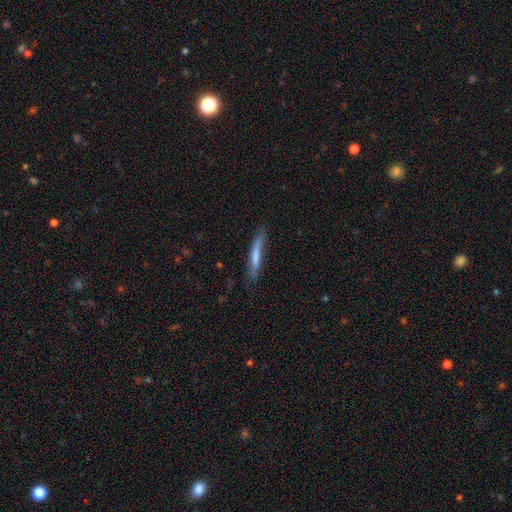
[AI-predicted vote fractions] A smooth galaxy with no disk features (71%) that is cigar-shaped (94%).

Vote fractions:
- Smooth or featured? smooth: 71% / featured or disk: 24% / star or artifact: 5%
- How rounded? cigar-shaped: 94% / in between: 5% / round: 1%
- Merging? none: 74% / minor disturbance: 20% / major disturbance: 4% / merger: 2%